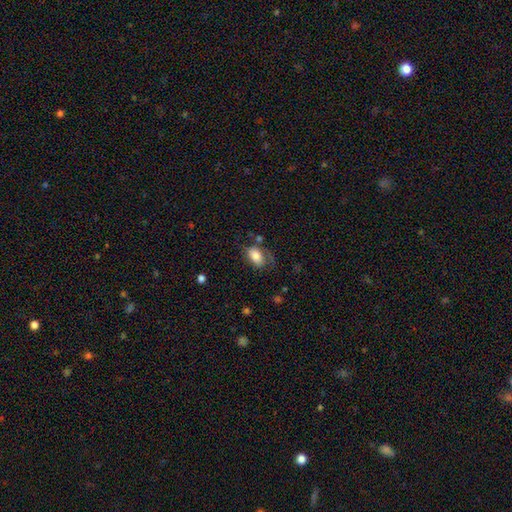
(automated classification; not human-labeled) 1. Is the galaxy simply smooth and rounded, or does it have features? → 75% smooth, 17% featured or disk, 7% star or artifact.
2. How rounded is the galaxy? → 90% in between, 8% round, 2% cigar-shaped.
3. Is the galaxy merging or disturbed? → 51% none, 25% minor disturbance, 18% major disturbance, 5% merger.